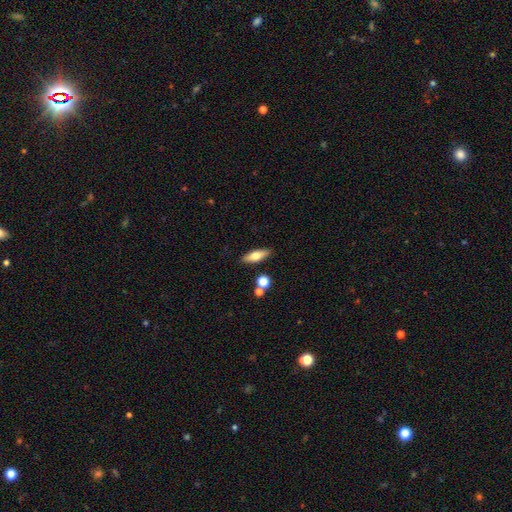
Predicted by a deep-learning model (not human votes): smooth_or_featured: smooth (p=0.59) [alt: featured or disk p=0.34]
how_rounded: in between (p=0.51) [alt: cigar-shaped p=0.45]
merging: none (p=0.85) [alt: minor disturbance p=0.08]